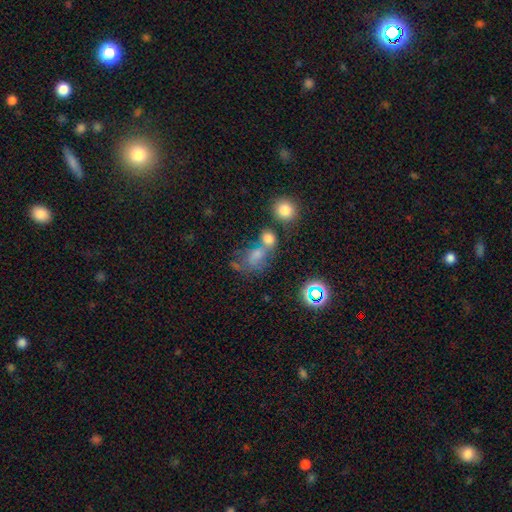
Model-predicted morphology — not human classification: Smooth or featured?
  - smooth: 62% *
  - star or artifact: 20%
  - featured or disk: 18%
How rounded?
  - in between: 55% *
  - round: 43%
  - cigar-shaped: 2%
Merging?
  - merger: 46% *
  - none: 26%
  - major disturbance: 15%
  - minor disturbance: 13%